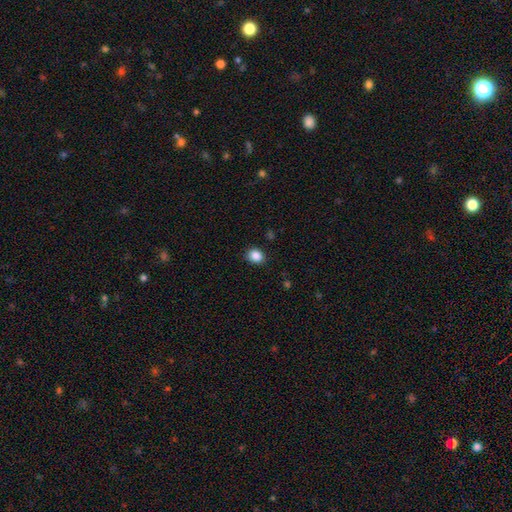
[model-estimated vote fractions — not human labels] Morphology: type=smooth (87%); roundness=round (54%); merging=none (88%).